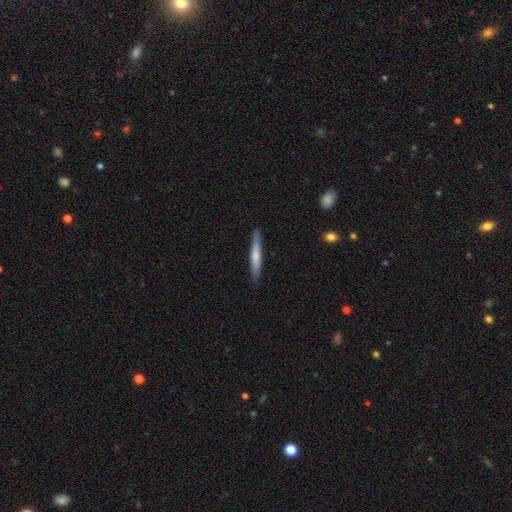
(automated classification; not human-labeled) Smooth or featured? smooth (64%)
How rounded? cigar-shaped (94%)
Merging? none (85%)